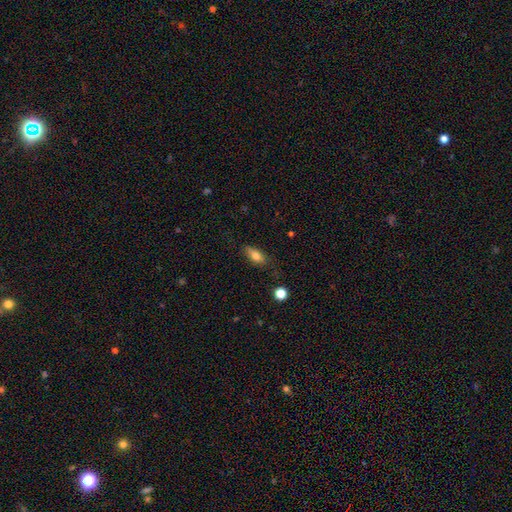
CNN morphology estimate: Q: Smooth or featured?
A: smooth (75%); runner-up: featured or disk (16%)
Q: How rounded?
A: in between (77%); runner-up: cigar-shaped (18%)
Q: Merging?
A: none (74%); runner-up: minor disturbance (19%)